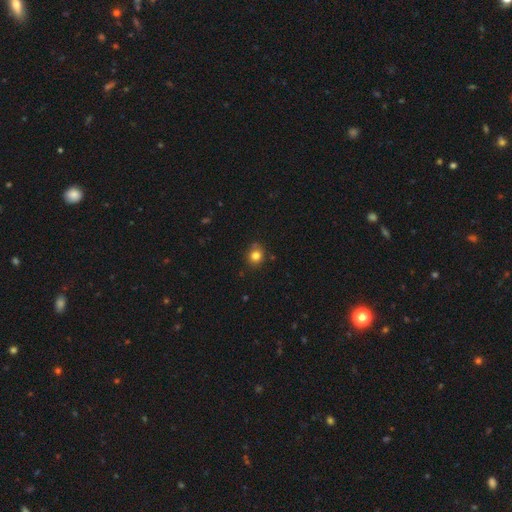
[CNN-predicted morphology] Smooth or featured?
  - smooth: 81% *
  - star or artifact: 12%
  - featured or disk: 7%
How rounded?
  - round: 77% *
  - in between: 23%
  - cigar-shaped: 1%
Merging?
  - none: 78% *
  - minor disturbance: 16%
  - major disturbance: 3%
  - merger: 3%